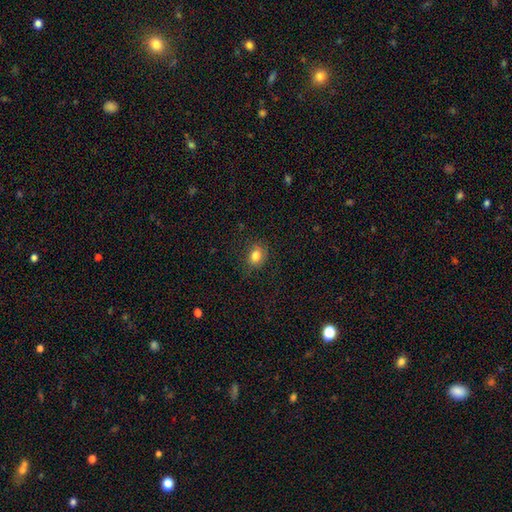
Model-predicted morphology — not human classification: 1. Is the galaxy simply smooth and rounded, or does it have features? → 82% smooth, 11% star or artifact, 7% featured or disk.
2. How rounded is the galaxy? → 51% in between, 48% round, 1% cigar-shaped.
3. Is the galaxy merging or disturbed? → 82% none, 13% minor disturbance, 4% major disturbance, 1% merger.